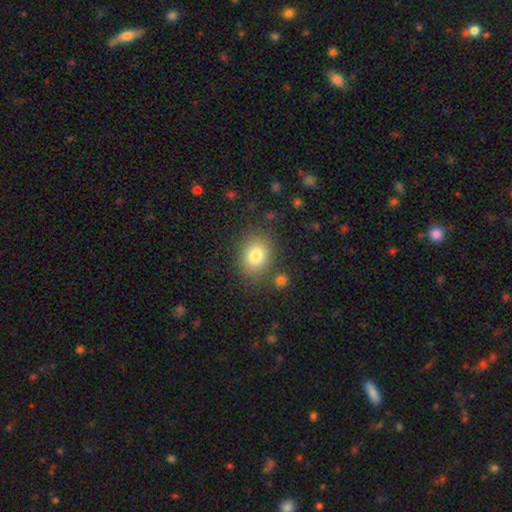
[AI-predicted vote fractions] Smooth or featured?
  - smooth: 81% *
  - star or artifact: 10%
  - featured or disk: 9%
How rounded?
  - round: 53% *
  - in between: 46%
  - cigar-shaped: 1%
Merging?
  - none: 81% *
  - minor disturbance: 11%
  - merger: 4%
  - major disturbance: 4%